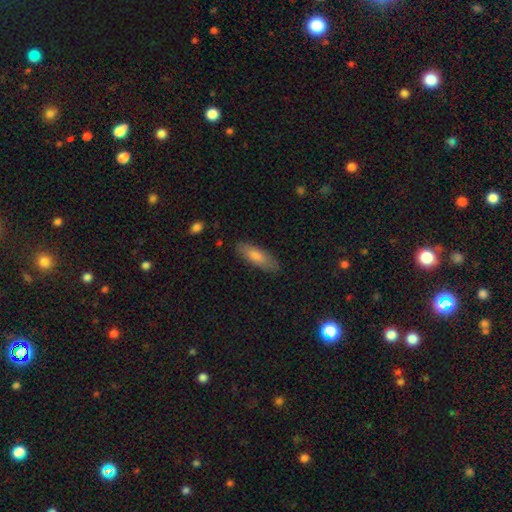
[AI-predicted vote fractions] smooth_or_featured: smooth (p=0.75) [alt: featured or disk p=0.18]
how_rounded: cigar-shaped (p=0.49) [tied with: in between p=0.49]
merging: none (p=0.86) [alt: minor disturbance p=0.11]